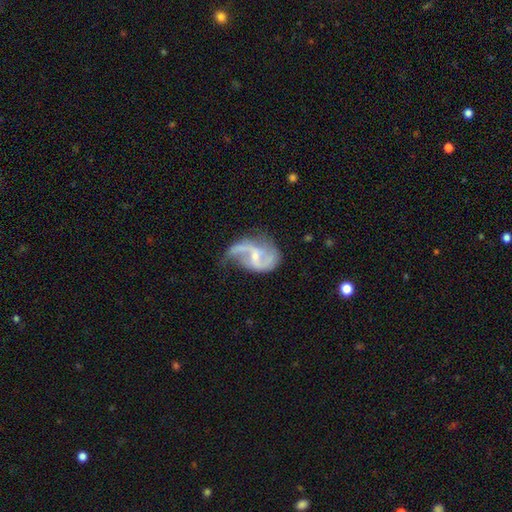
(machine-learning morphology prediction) The model was most divided on "merging": none: 43%, minor disturbance: 28%, major disturbance: 25%, merger: 4%. More confident: edge-on disk — no (98%); spiral arms — yes (94%); smooth or featured — featured or disk (86%); spiral arm count — 2 (83%); spiral winding — loose (62%); bulge size — small (58%); bar — weak (51%).